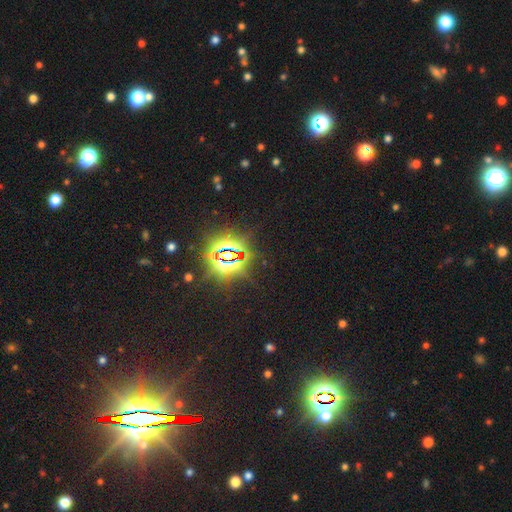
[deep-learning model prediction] Smooth or featured? star or artifact (84%)